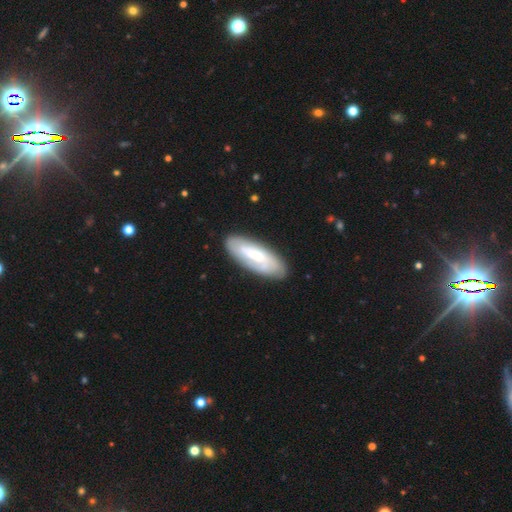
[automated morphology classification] type=featured or disk (48%); merging=none (80%).